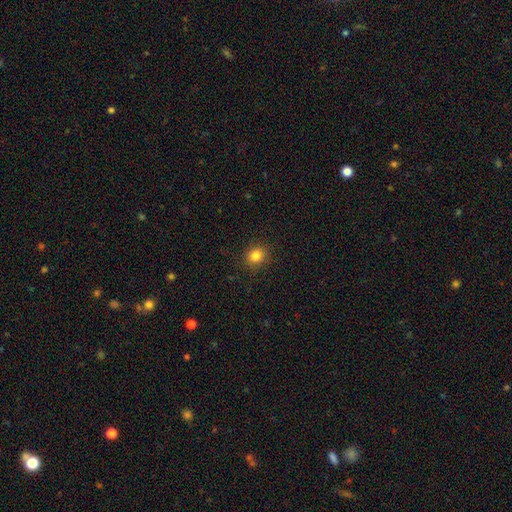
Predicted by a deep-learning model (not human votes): Q: Smooth or featured?
A: smooth (83%); runner-up: star or artifact (12%)
Q: How rounded?
A: round (79%); runner-up: in between (20%)
Q: Merging?
A: none (90%); runner-up: minor disturbance (7%)